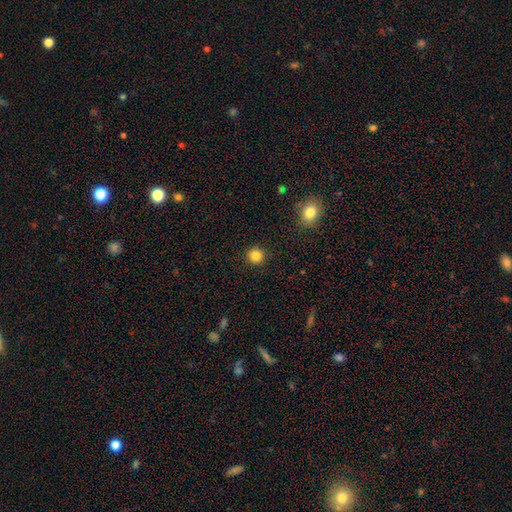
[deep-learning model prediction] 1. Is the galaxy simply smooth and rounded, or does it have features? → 84% smooth, 12% star or artifact, 4% featured or disk.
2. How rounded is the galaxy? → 94% round, 5% in between, 1% cigar-shaped.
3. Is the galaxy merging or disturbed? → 92% none, 5% minor disturbance, 2% major disturbance, 1% merger.